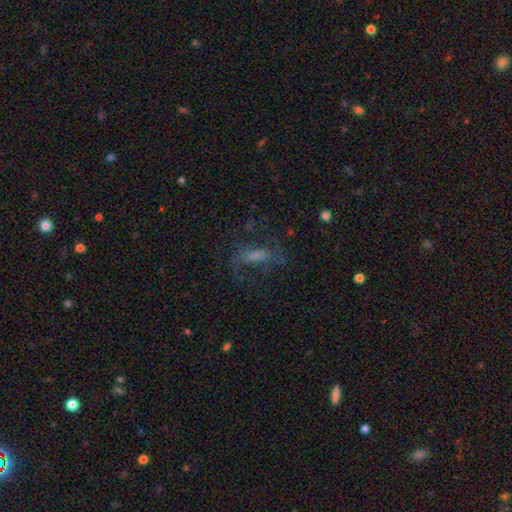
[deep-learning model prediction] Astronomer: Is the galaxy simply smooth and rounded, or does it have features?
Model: featured or disk — 49% (runner-up: smooth, 32%).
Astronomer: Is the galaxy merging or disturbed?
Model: none — 54%.